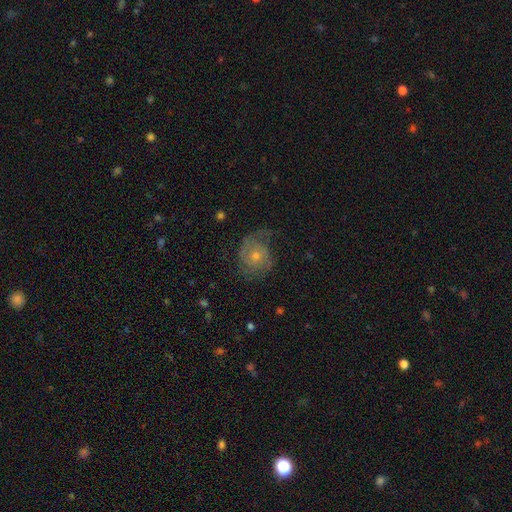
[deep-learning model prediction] Smooth or featured?
  - featured or disk: 66% *
  - smooth: 23%
  - star or artifact: 11%
Edge-on disk?
  - no: 97% *
  - yes: 3%
Bar?
  - no: 81% *
  - weak: 17%
  - strong: 3%
Spiral arms?
  - yes: 88% *
  - no: 12%
Spiral winding?
  - tight: 40% *
  - medium: 39%
  - loose: 21%
Spiral arm count?
  - 2: 51% *
  - can't tell: 23%
  - 1: 11%
  - 3: 9%
  - 4: 3%
  - more than 4: 3%
Bulge size?
  - small: 53% *
  - moderate: 42%
  - large: 2%
  - none: 2%
  - dominant: 1%
Merging?
  - none: 61% *
  - minor disturbance: 22%
  - major disturbance: 15%
  - merger: 1%